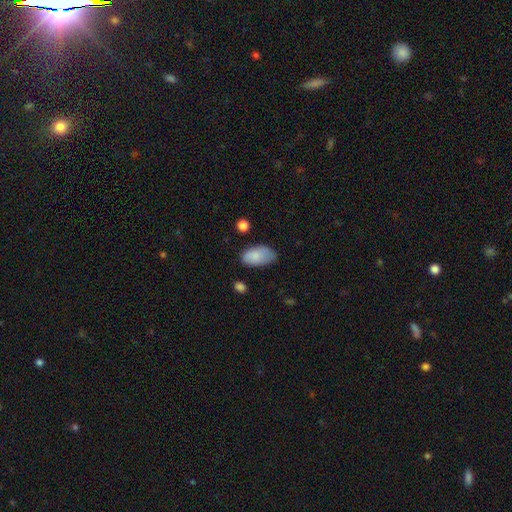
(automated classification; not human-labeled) smooth_or_featured: smooth (p=0.84) [alt: featured or disk p=0.09]
how_rounded: in between (p=0.94) [alt: round p=0.04]
merging: none (p=0.61) [alt: minor disturbance p=0.30]